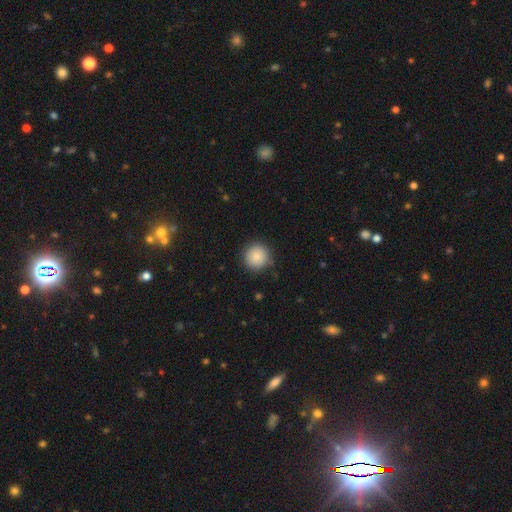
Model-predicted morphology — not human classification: smooth_or_featured: smooth (p=0.87) [alt: star or artifact p=0.08]
how_rounded: round (p=0.95) [alt: in between p=0.04]
merging: none (p=0.87) [alt: minor disturbance p=0.09]